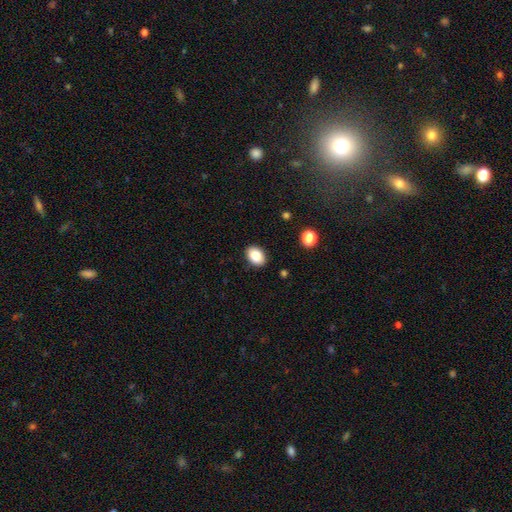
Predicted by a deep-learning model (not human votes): Overall: smooth (87%). How rounded: in between (77%). Merging: none (89%).